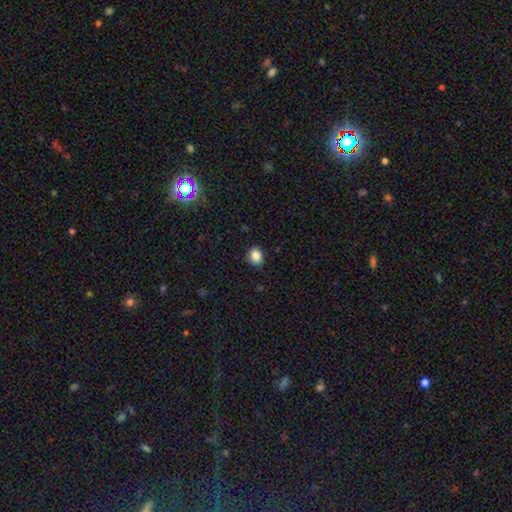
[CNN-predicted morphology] Smooth or featured?
  - smooth: 86% *
  - star or artifact: 10%
  - featured or disk: 4%
How rounded?
  - round: 54% *
  - in between: 45%
  - cigar-shaped: 1%
Merging?
  - none: 87% *
  - minor disturbance: 10%
  - major disturbance: 2%
  - merger: 1%